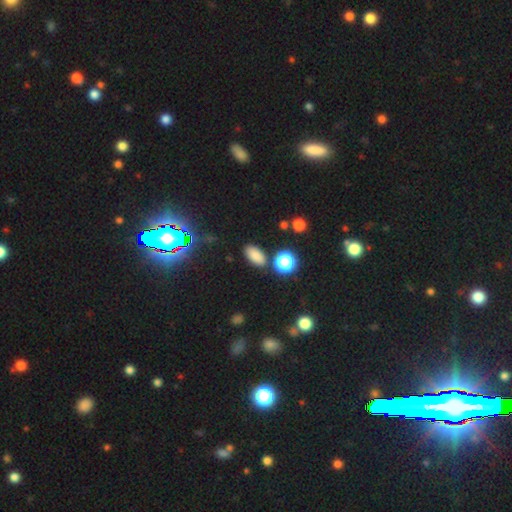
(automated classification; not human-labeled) This is likely a smooth galaxy (78%). How rounded: clearly in between (87%). Merging: clearly none (83%).